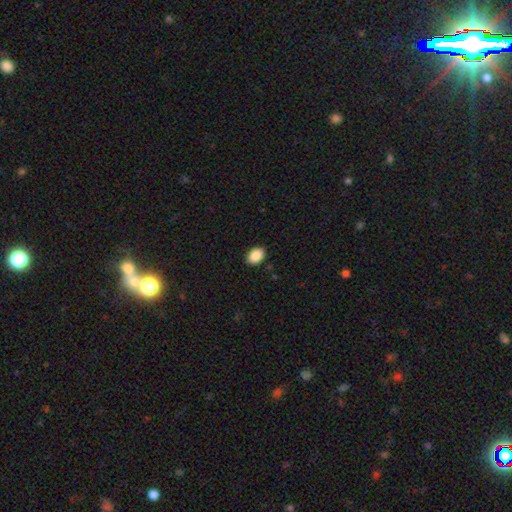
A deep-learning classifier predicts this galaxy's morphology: The model was most divided on "how rounded": in between: 77%, round: 22%, cigar-shaped: 1%. More confident: merging — none (90%); smooth or featured — smooth (90%).